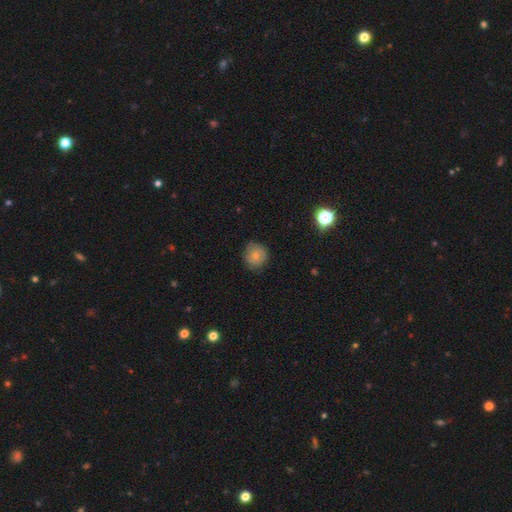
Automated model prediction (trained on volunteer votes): Smooth or featured? Predicted: smooth (p=0.69). How rounded? Predicted: round (p=0.91). Merging? Predicted: none (p=0.80).